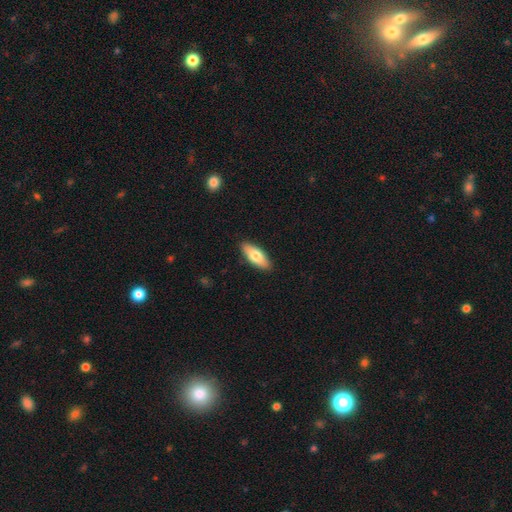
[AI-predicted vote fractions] Overall: smooth (73%). How rounded: in between (74%). Merging: none (89%).